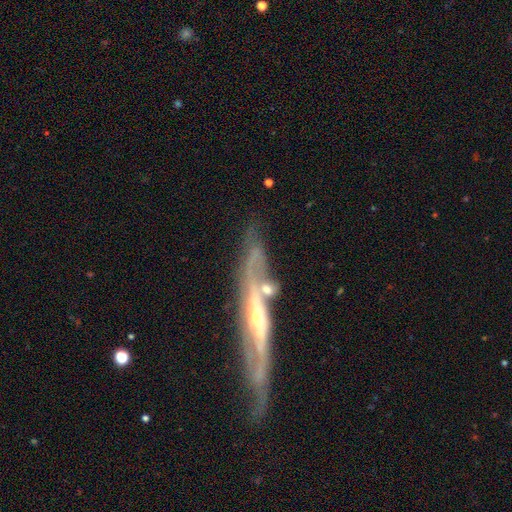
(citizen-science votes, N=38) Smooth or featured? featured or disk (92%)
Edge-on disk? yes (51%)
Edge-on bulge? rounded (89%)
Merging? none (39%)